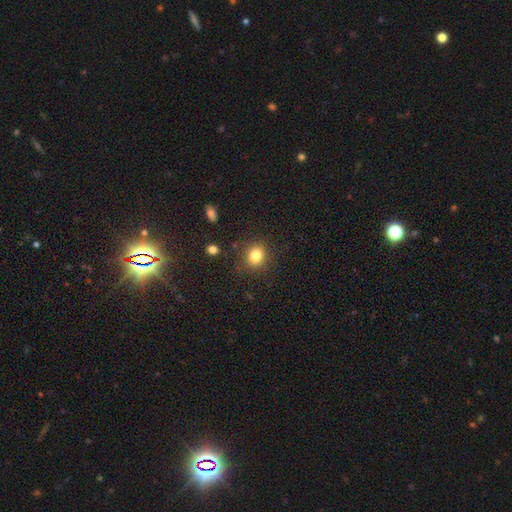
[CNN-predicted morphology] This is clearly a smooth galaxy (81%). How rounded: likely round (74%). Merging: clearly none (86%).